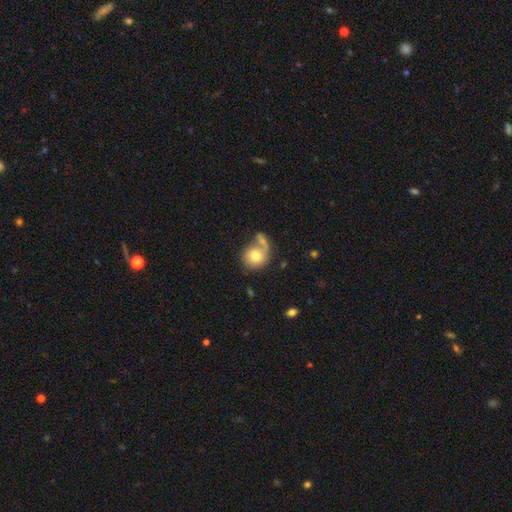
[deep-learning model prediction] This appears to be a smooth galaxy with no disk features (71%) that is round (77%). Merging: none (41%).